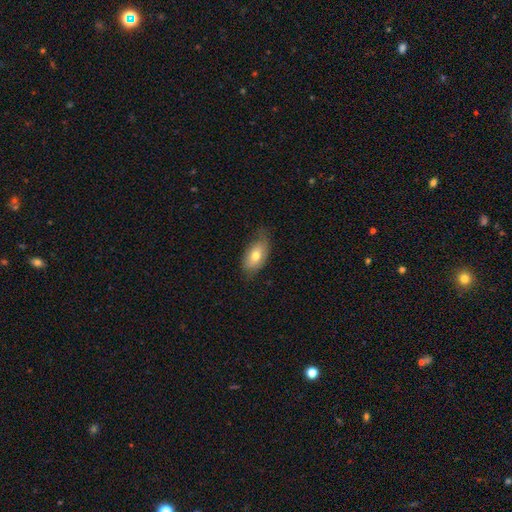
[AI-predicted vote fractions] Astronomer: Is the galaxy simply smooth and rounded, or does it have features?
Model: smooth — 72%.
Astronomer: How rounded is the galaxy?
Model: in between — 90%.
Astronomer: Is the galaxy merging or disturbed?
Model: none — 66%.